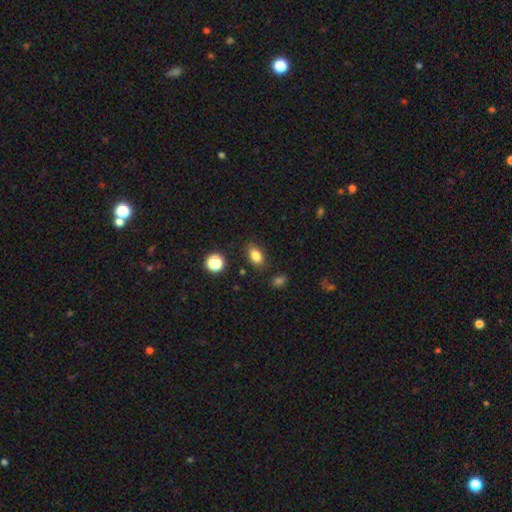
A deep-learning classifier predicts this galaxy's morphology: smooth_or_featured: smooth (p=0.83) [alt: star or artifact p=0.11]
how_rounded: in between (p=0.83) [alt: round p=0.15]
merging: none (p=0.84) [alt: minor disturbance p=0.11]